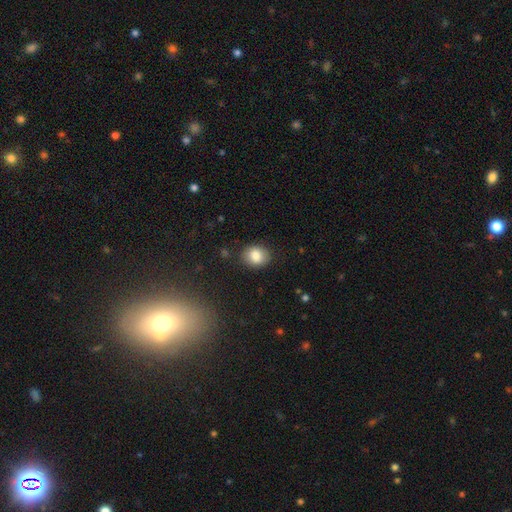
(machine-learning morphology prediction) Smooth or featured: smooth — 85% (star or artifact — 9%)
How rounded: round — 52% (in between — 47%)
Merging: none — 86% (minor disturbance — 10%)